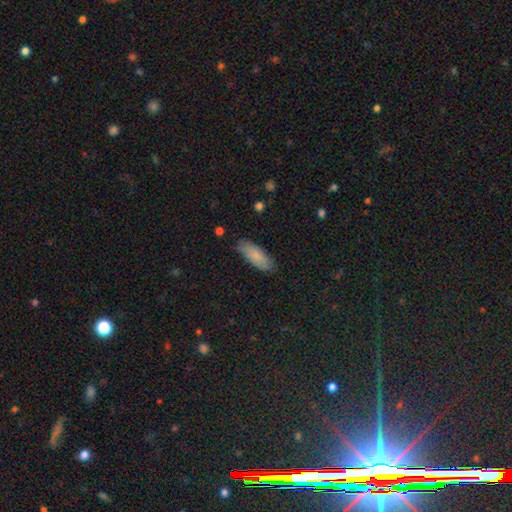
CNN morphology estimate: smooth 82%, featured or disk 12%, star or artifact 6%. Down the decision tree: how rounded — in between (70%); merging — none (84%).